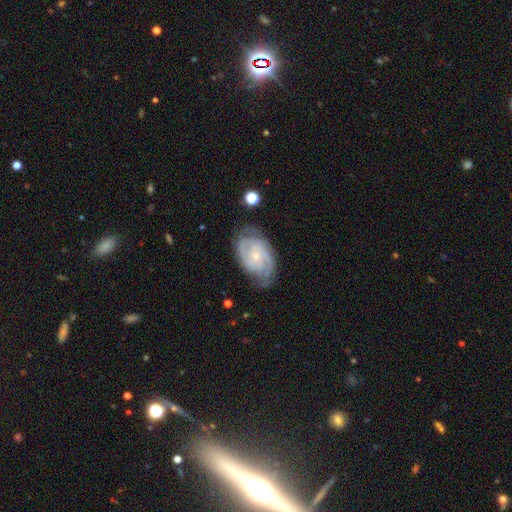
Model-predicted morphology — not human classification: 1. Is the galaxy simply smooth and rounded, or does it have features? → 85% featured or disk, 10% smooth, 5% star or artifact.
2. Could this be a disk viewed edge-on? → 97% no, 3% yes.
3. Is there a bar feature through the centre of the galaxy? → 68% no, 27% weak, 5% strong.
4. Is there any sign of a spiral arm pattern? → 96% yes, 4% no.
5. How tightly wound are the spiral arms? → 55% tight, 37% medium, 8% loose.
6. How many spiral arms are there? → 51% 2, 19% can't tell, 18% 3, 5% 4, 4% 1, 3% more than 4.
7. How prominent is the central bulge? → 76% small, 19% moderate, 3% none, 1% large, 1% dominant.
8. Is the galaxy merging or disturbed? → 70% none, 21% minor disturbance, 8% major disturbance, 1% merger.